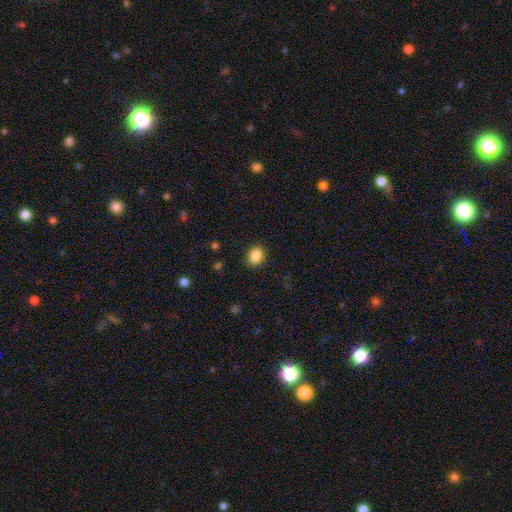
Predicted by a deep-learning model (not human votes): Smooth or featured?
  - smooth: 87% *
  - star or artifact: 9%
  - featured or disk: 4%
How rounded?
  - in between: 54% *
  - round: 45%
  - cigar-shaped: 1%
Merging?
  - none: 88% *
  - minor disturbance: 9%
  - major disturbance: 3%
  - merger: 1%